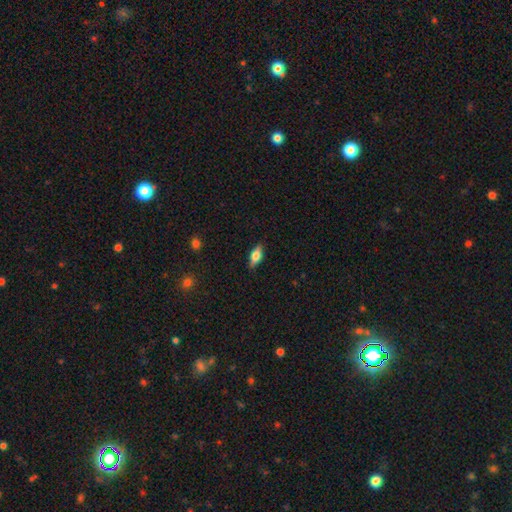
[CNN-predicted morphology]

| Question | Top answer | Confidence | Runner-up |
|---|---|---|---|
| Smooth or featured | smooth | 53% | featured or disk (40%) |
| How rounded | in between | 73% | cigar-shaped (23%) |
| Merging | none | 87% | minor disturbance (10%) |